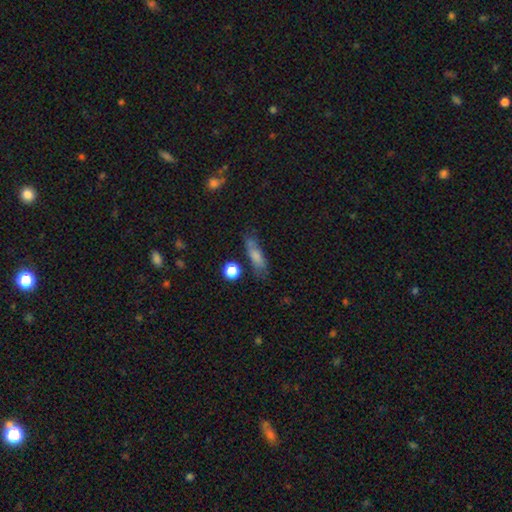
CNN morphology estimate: This is likely a smooth galaxy (72%). How rounded: possibly cigar-shaped (54%). Merging: likely none (63%).